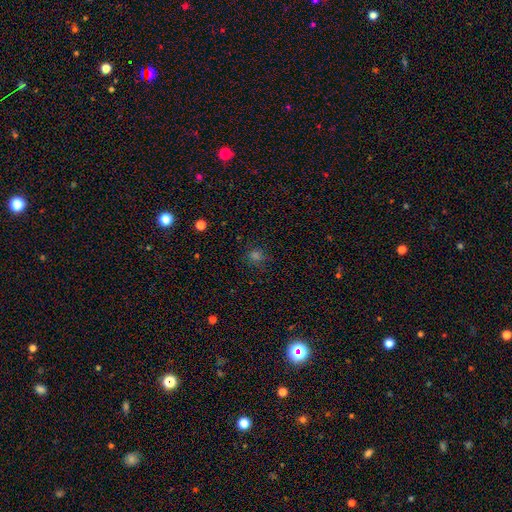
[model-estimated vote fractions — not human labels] smooth_or_featured: smooth (p=0.57) [alt: star or artifact p=0.36]
how_rounded: round (p=0.86) [alt: in between p=0.13]
merging: none (p=0.84) [alt: minor disturbance p=0.10]